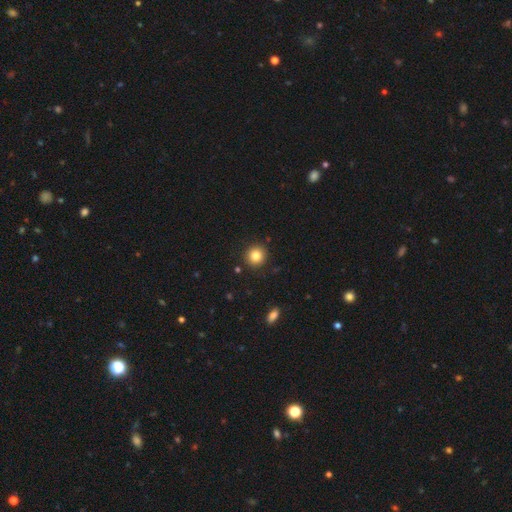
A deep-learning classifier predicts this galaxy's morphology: The model was most divided on "smooth or featured": smooth: 84%, star or artifact: 10%, featured or disk: 6%. More confident: how rounded — round (92%); merging — none (90%).